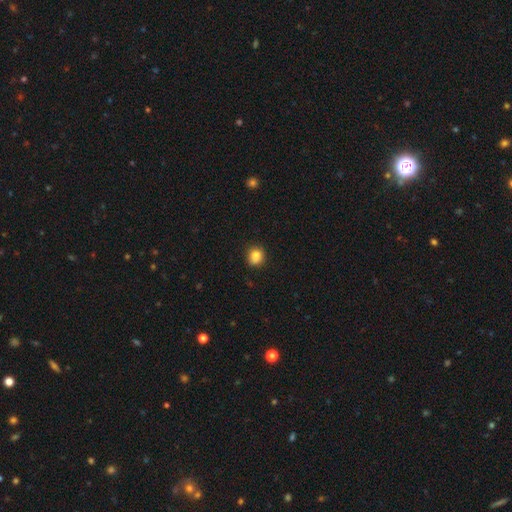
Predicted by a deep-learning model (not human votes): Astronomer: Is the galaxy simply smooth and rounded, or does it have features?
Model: smooth — 84%.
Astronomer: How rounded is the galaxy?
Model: round — 78%.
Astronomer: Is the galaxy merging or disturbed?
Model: none — 85%.